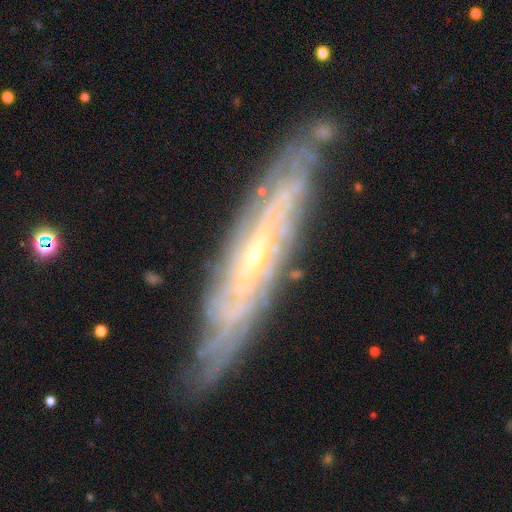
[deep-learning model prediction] Smooth or featured? Predicted: featured or disk (p=0.85). Edge-on disk? Predicted: no (p=0.66). Bar? Predicted: no (p=0.38, tied with weak). Spiral arms? Predicted: yes (p=0.94). Spiral winding? Predicted: tight (p=0.72). Spiral arm count? Predicted: can't tell (p=0.52). Bulge size? Predicted: small (p=0.73). Merging? Predicted: none (p=0.78).